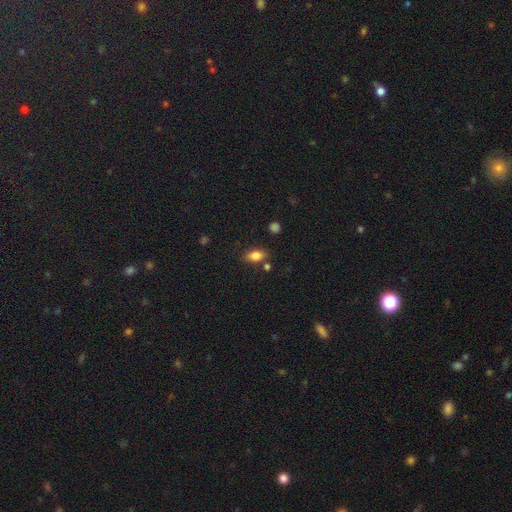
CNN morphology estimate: smooth 81%, featured or disk 10%, star or artifact 9%. Down the decision tree: how rounded — in between (85%); merging — none (77%).